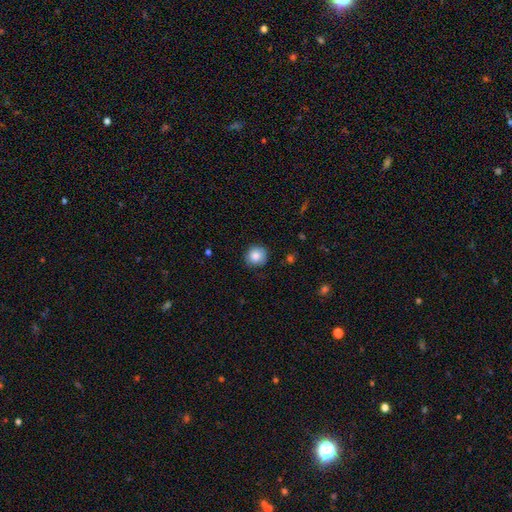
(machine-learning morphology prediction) Smooth or featured? smooth (85%)
How rounded? round (91%)
Merging? none (83%)